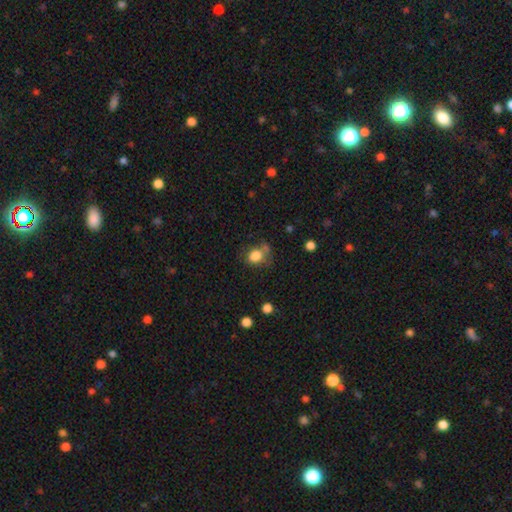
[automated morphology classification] This is clearly a smooth galaxy (81%). How rounded: possibly round (54%). Merging: possibly none (48%).